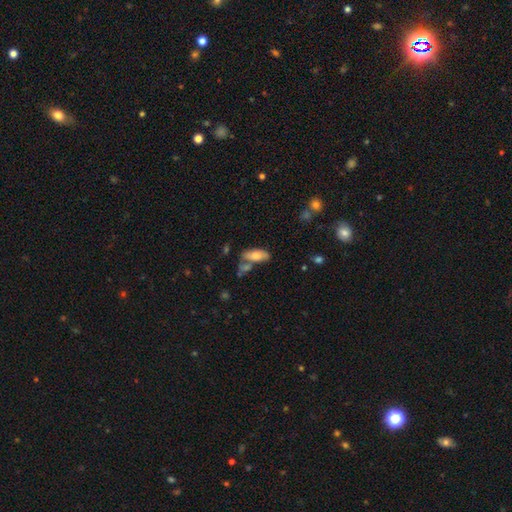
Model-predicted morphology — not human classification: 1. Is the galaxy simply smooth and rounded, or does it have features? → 73% smooth, 19% featured or disk, 7% star or artifact.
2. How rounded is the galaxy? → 82% in between, 16% cigar-shaped, 3% round.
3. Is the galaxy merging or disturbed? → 45% none, 28% merger, 19% minor disturbance, 8% major disturbance.